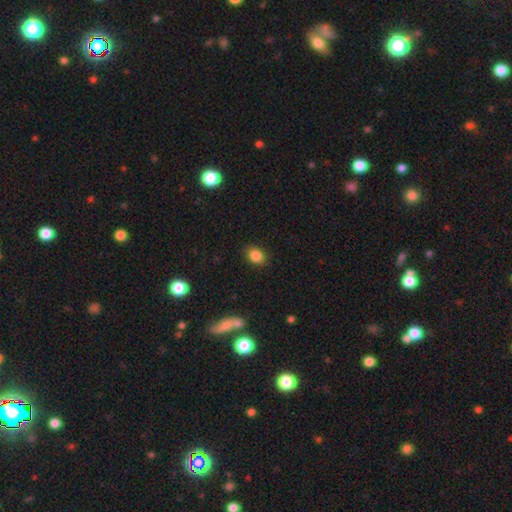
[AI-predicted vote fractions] smooth_or_featured: smooth (p=0.85) [alt: star or artifact p=0.10]
how_rounded: in between (p=0.62) [alt: round p=0.37]
merging: none (p=0.87) [alt: minor disturbance p=0.09]